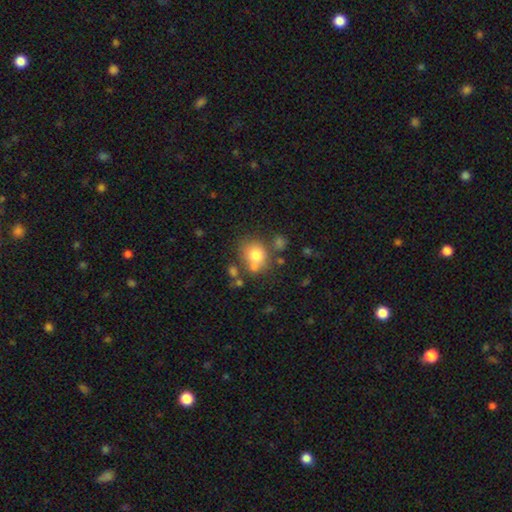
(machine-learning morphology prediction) Overall: smooth (76%). How rounded: round (64%; in between 36%). Merging: none (52%; merger 20%).